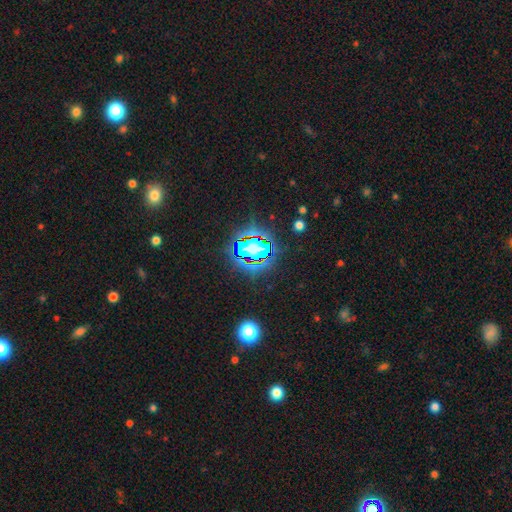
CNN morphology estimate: smooth-or-featured: star or artifact: 65% | smooth: 23% | featured or disk: 13%